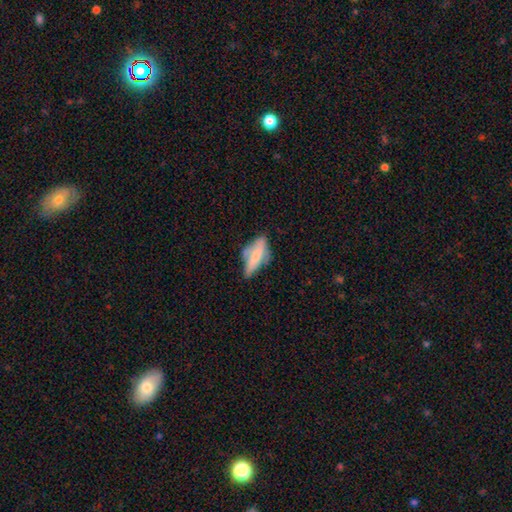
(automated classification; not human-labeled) A smooth galaxy with no disk features (56%) that is in between round and cigar-shaped (60%).

Vote fractions:
- Smooth or featured? smooth: 56% / featured or disk: 36% / star or artifact: 8%
- How rounded? in between: 60% / cigar-shaped: 37% / round: 3%
- Merging? none: 43% / minor disturbance: 29% / major disturbance: 17% / merger: 11%